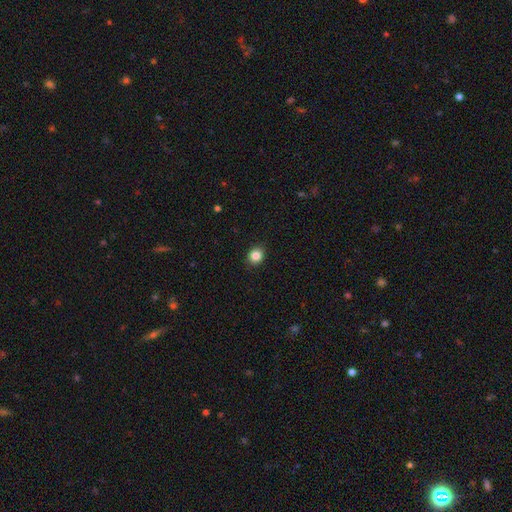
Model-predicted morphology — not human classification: Smooth or featured? smooth (85%)
How rounded? round (71%)
Merging? none (90%)